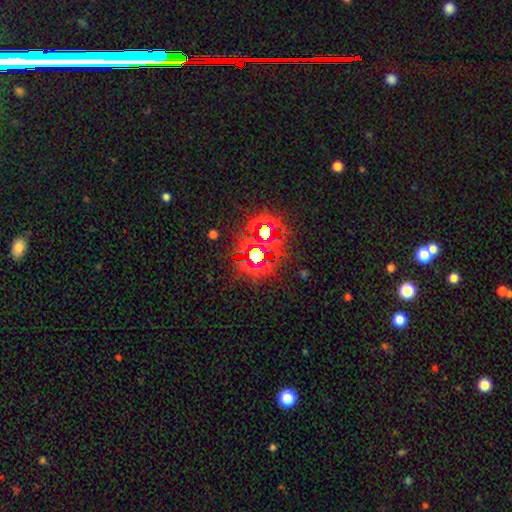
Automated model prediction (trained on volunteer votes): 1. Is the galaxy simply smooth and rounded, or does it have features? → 77% star or artifact, 13% smooth, 10% featured or disk.